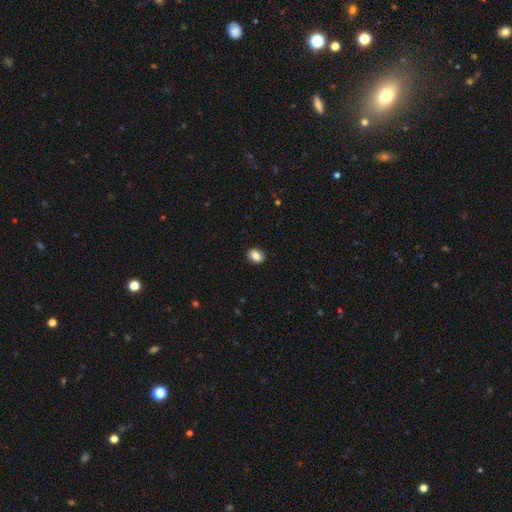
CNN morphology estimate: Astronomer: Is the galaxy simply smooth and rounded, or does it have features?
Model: smooth — 85%.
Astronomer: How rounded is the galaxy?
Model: in between — 66%.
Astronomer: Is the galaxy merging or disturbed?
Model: none — 90%.